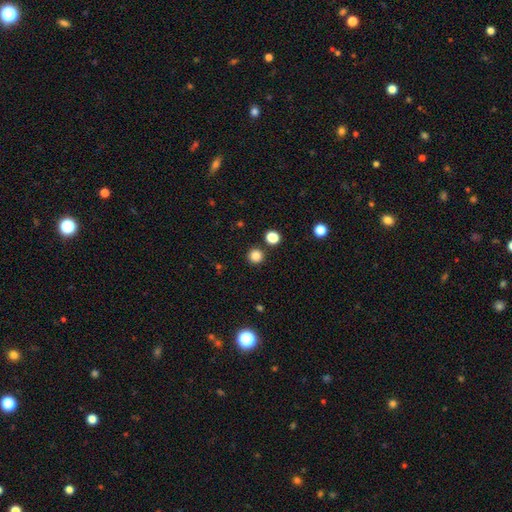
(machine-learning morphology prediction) A smooth galaxy with no disk features (84%) that is round (95%).

Vote fractions:
- Smooth or featured? smooth: 84% / star or artifact: 13% / featured or disk: 3%
- How rounded? round: 95% / in between: 4% / cigar-shaped: 1%
- Merging? none: 90% / minor disturbance: 5% / merger: 3% / major disturbance: 2%